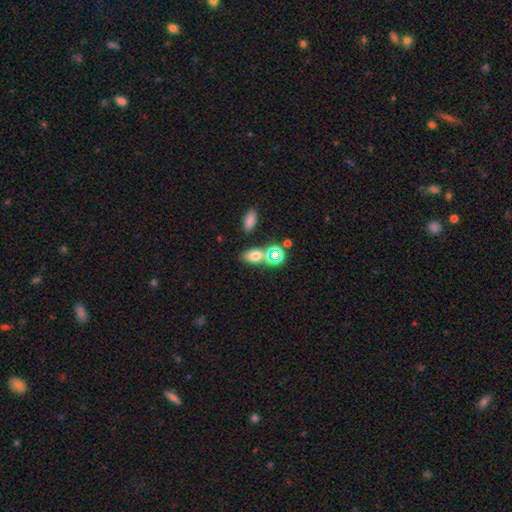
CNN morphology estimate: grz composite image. It shows a smooth galaxy with no disk features (68%) that is in between round and cigar-shaped (78%). Merging: none (62%).